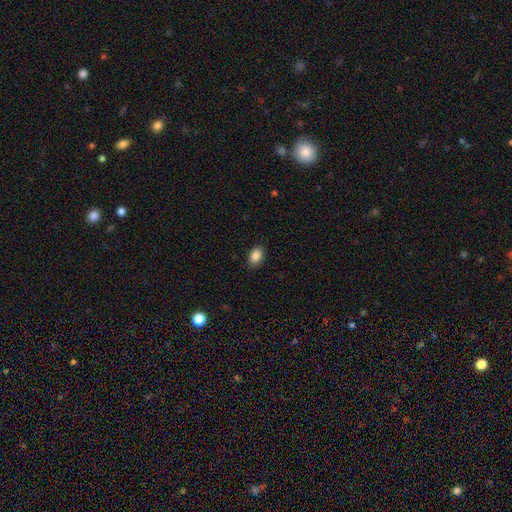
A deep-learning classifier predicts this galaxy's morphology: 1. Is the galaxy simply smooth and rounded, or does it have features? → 88% smooth, 8% star or artifact, 4% featured or disk.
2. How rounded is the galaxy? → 84% in between, 14% round, 1% cigar-shaped.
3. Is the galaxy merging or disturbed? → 88% none, 9% minor disturbance, 2% major disturbance, 1% merger.